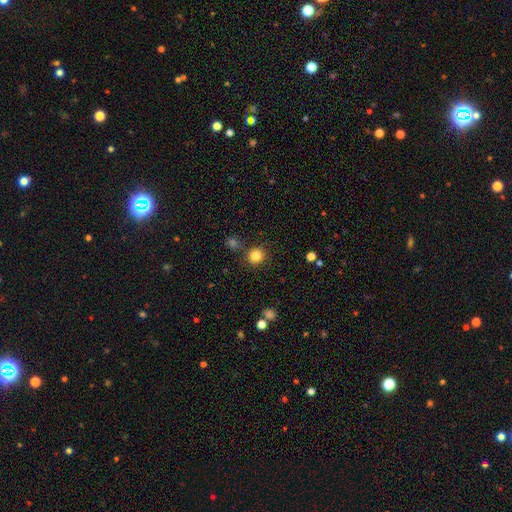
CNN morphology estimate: A smooth galaxy with no disk features (83%) that is round (90%).

Vote fractions:
- Smooth or featured? smooth: 83% / star or artifact: 12% / featured or disk: 5%
- How rounded? round: 90% / in between: 10% / cigar-shaped: 1%
- Merging? none: 83% / minor disturbance: 8% / merger: 6% / major disturbance: 3%